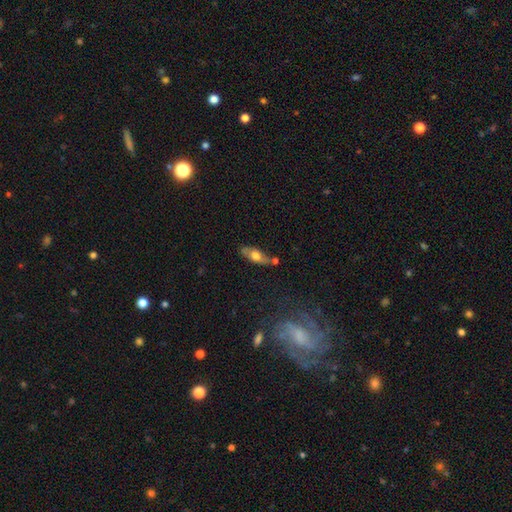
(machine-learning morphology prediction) smooth 55%, featured or disk 38%, star or artifact 7%. Down the decision tree: how rounded — in between (73%); merging — none (63%).